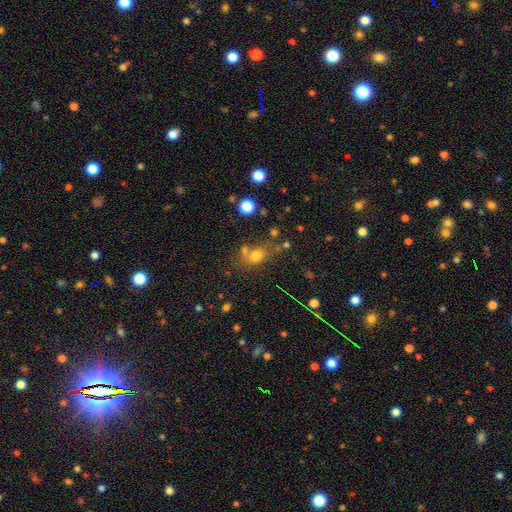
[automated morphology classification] Smooth or featured? smooth (71%)
How rounded? in between (49%, tied with round)
Merging? none (55%)